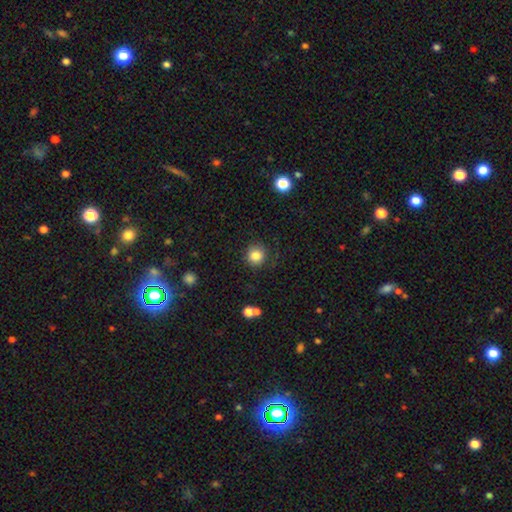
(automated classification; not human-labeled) Smooth or featured?
  - smooth: 83% *
  - star or artifact: 11%
  - featured or disk: 6%
How rounded?
  - round: 92% *
  - in between: 7%
  - cigar-shaped: 1%
Merging?
  - none: 85% *
  - minor disturbance: 10%
  - major disturbance: 3%
  - merger: 2%